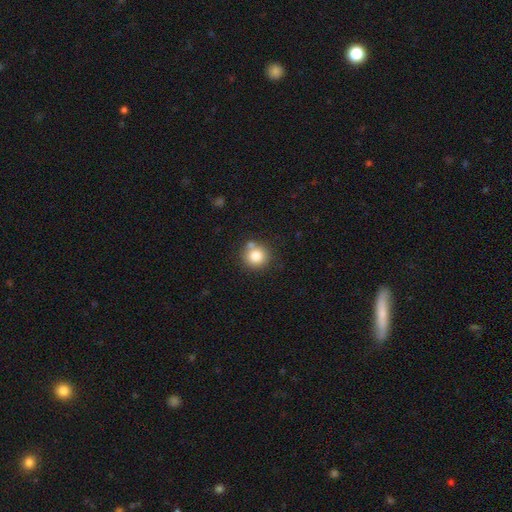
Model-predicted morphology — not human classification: type=smooth (81%); roundness=round (92%); merging=none (73%).